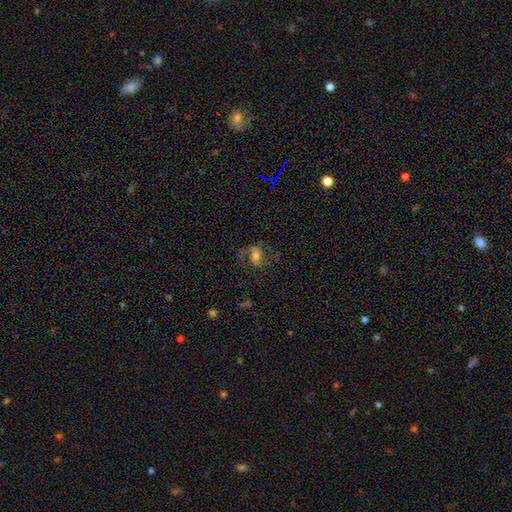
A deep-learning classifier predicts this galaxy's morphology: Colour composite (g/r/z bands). It shows a featured or disk galaxy (68%) with a weak bar (40%), 2 (90%) medium (49%) spiral arms (90%) and a moderate central bulge (58%). Merging: none (70%).